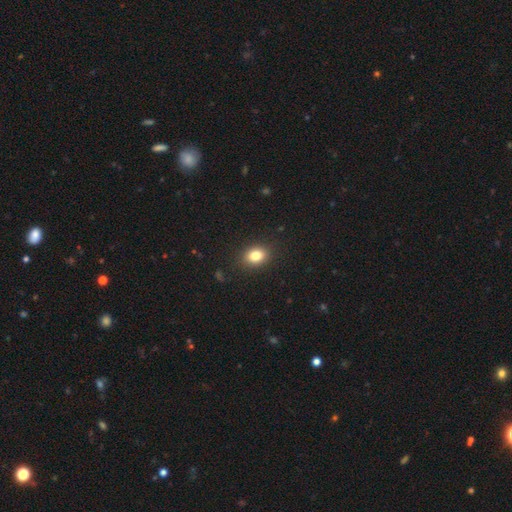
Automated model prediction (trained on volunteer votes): A smooth galaxy with no disk features (82%) that is in between round and cigar-shaped (64%).

Vote fractions:
- Smooth or featured? smooth: 82% / star or artifact: 11% / featured or disk: 7%
- How rounded? in between: 64% / round: 35% / cigar-shaped: 1%
- Merging? none: 88% / minor disturbance: 9% / major disturbance: 3% / merger: 1%